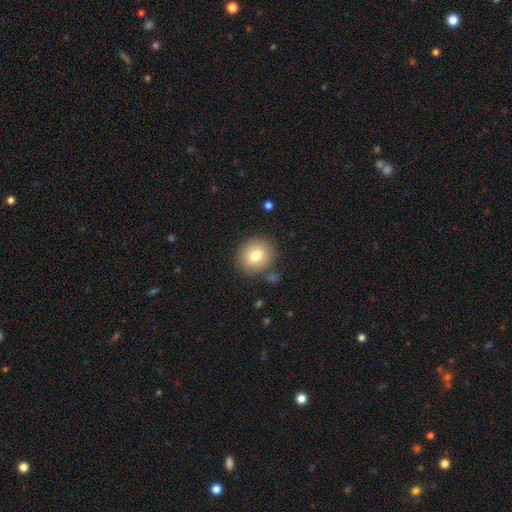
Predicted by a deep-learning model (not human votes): Morphology: type=smooth (78%); roundness=round (76%); merging=none (83%).